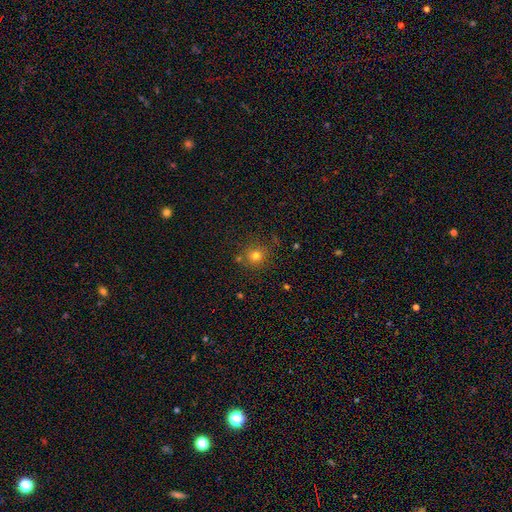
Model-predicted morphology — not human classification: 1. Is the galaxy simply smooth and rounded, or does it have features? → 76% smooth, 17% star or artifact, 8% featured or disk.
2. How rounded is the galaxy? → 90% round, 9% in between, 1% cigar-shaped.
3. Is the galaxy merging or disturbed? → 81% none, 10% minor disturbance, 6% merger, 3% major disturbance.